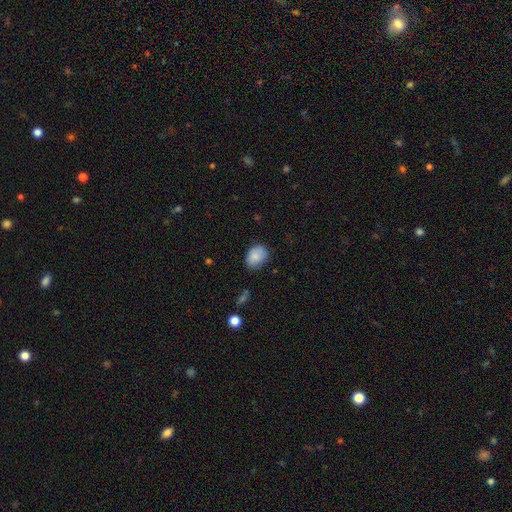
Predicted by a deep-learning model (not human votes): A smooth galaxy with no disk features (84%) that is in between round and cigar-shaped (68%). Merging: none (73%).